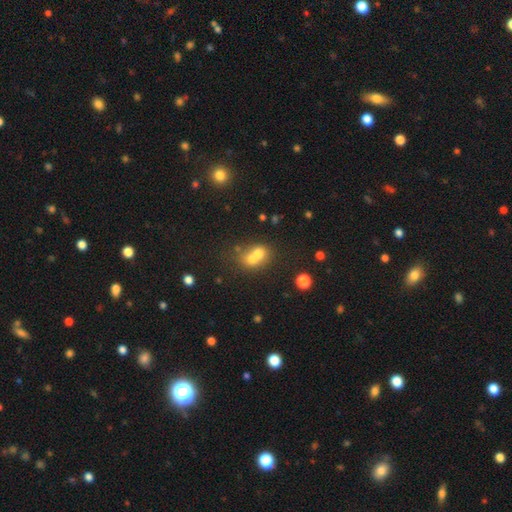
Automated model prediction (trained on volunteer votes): The model was most divided on "how rounded": round: 64%, in between: 35%, cigar-shaped: 1%. More confident: merging — merger (67%); smooth or featured — smooth (65%).